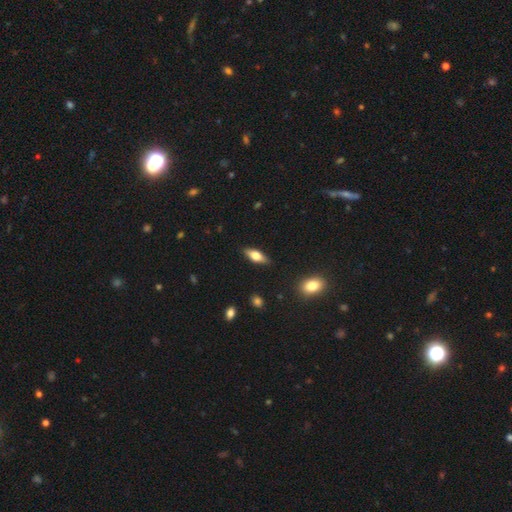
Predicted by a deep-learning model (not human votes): Smooth or featured: smooth — 62% (featured or disk — 32%)
How rounded: in between — 71% (cigar-shaped — 26%)
Merging: none — 87% (minor disturbance — 9%)